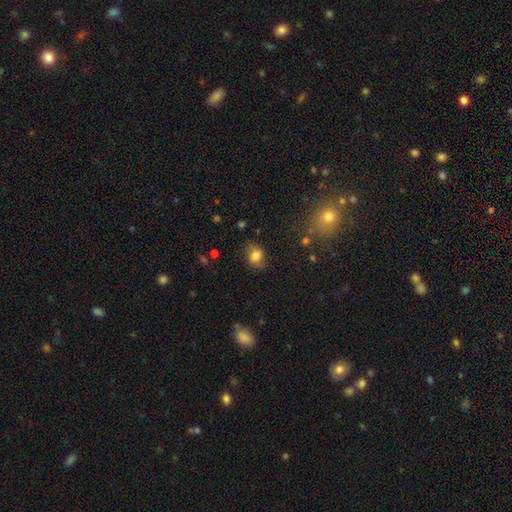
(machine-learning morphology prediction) Smooth or featured? Predicted: smooth (p=0.75). How rounded? Predicted: in between (p=0.61). Merging? Predicted: none (p=0.74).